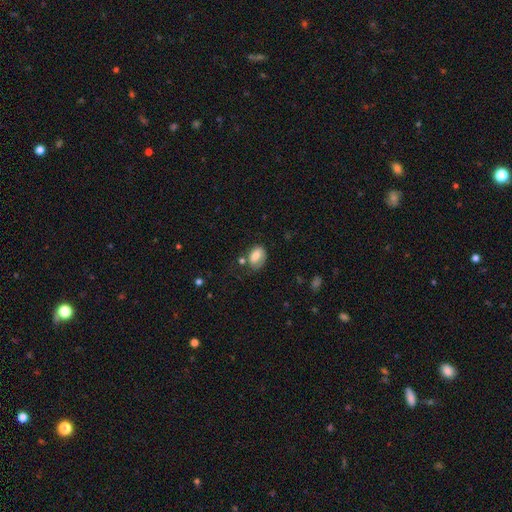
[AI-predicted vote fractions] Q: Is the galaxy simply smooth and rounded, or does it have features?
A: smooth — 76%.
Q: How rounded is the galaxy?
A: in between — 83%.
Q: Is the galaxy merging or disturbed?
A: none — 49%.